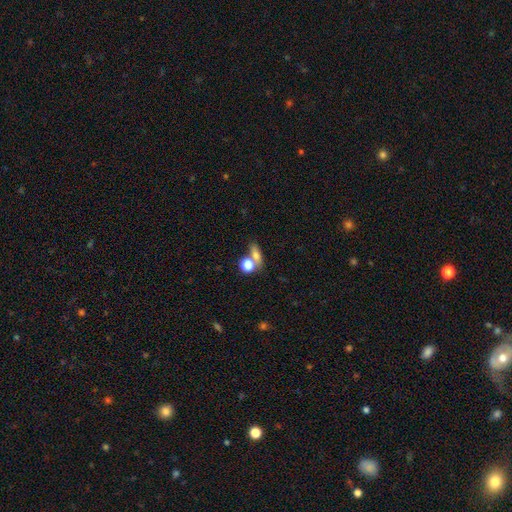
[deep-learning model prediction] The model was most divided on "merging": none: 49%, merger: 34%, minor disturbance: 11%, major disturbance: 6%. More confident: smooth or featured — smooth (70%); how rounded — in between (51%).